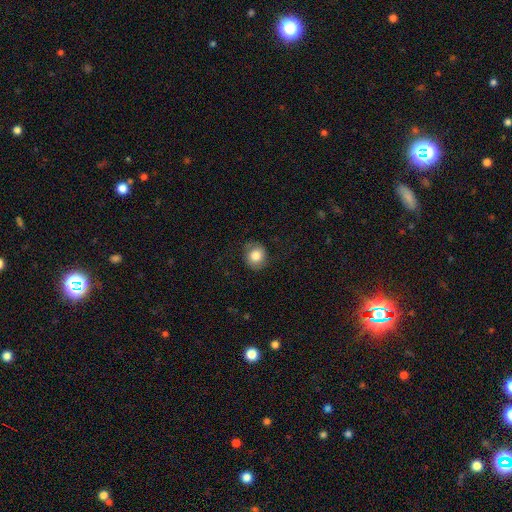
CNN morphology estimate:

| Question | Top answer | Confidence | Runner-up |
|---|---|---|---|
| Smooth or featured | smooth | 76% | featured or disk (16%) |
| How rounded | round | 74% | in between (25%) |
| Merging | none | 77% | minor disturbance (16%) |